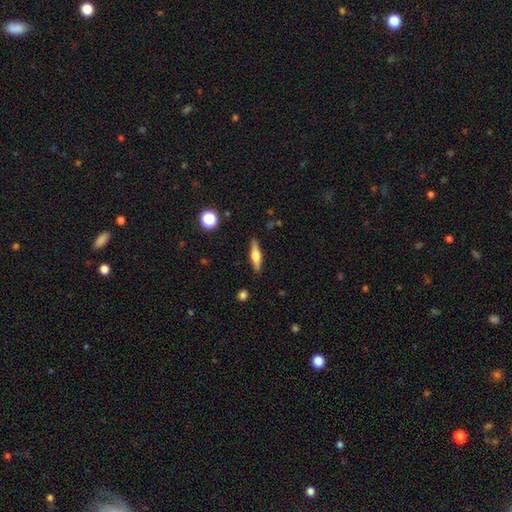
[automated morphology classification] A featured or disk galaxy (50%) viewed edge-on (95%). Merging: none (88%).